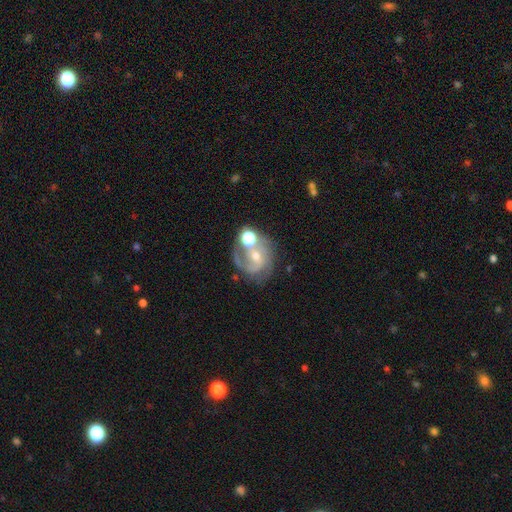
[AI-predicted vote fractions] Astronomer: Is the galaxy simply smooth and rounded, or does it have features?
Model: featured or disk — 76%.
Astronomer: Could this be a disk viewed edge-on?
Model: no — 98%.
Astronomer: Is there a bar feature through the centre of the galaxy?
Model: weak — 44% (runner-up: no, 42%).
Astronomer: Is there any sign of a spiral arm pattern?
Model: yes — 92%.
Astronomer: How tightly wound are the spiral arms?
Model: medium — 51%.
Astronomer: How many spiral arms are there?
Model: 2 — 59%.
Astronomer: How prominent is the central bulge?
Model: moderate — 51% (runner-up: small, 42%).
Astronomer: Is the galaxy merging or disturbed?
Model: none — 47%.